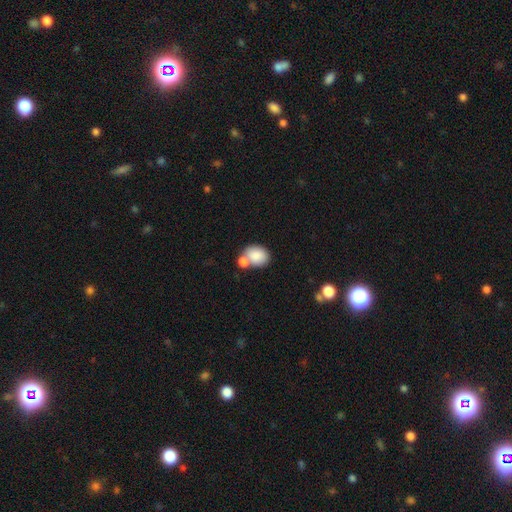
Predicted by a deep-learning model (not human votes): This appears to be a smooth galaxy with no disk features (84%) that is in between round and cigar-shaped (60%). Merging: none (45%).